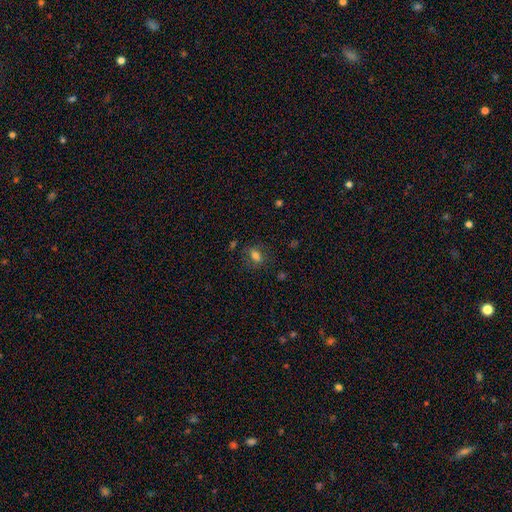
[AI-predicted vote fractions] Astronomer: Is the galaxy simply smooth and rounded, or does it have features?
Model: smooth — 72%.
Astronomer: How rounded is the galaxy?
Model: in between — 75%.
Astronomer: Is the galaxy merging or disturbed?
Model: none — 76%.